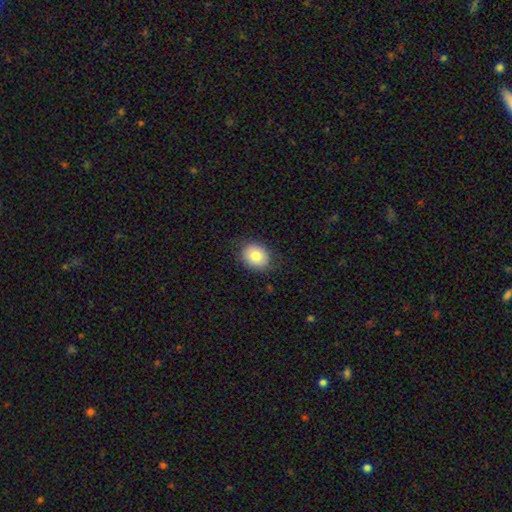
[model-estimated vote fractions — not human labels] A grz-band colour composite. It shows a smooth galaxy with no disk features (79%) that is round (58%). Merging: none (80%).